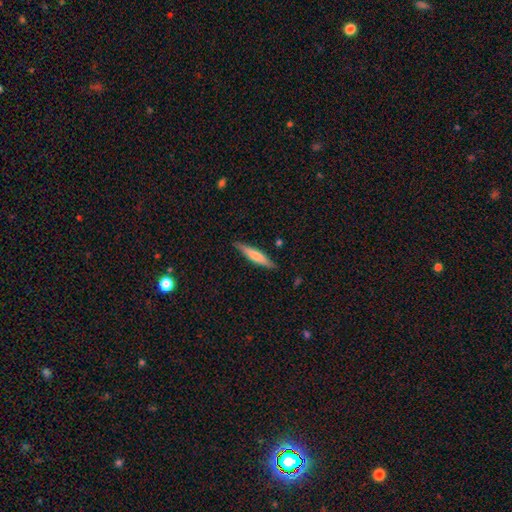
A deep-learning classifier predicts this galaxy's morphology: Q: Smooth or featured?
A: smooth (62%); runner-up: featured or disk (33%)
Q: How rounded?
A: cigar-shaped (88%); runner-up: in between (11%)
Q: Merging?
A: none (87%); runner-up: minor disturbance (10%)